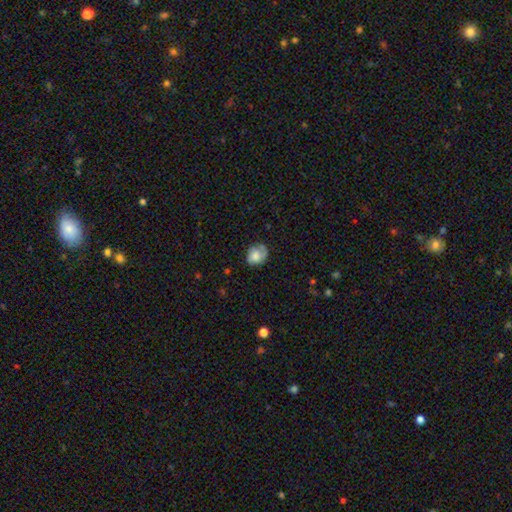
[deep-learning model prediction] Q: Smooth or featured?
A: smooth (64%); runner-up: featured or disk (28%)
Q: How rounded?
A: round (55%); runner-up: in between (44%)
Q: Merging?
A: none (57%); runner-up: minor disturbance (28%)